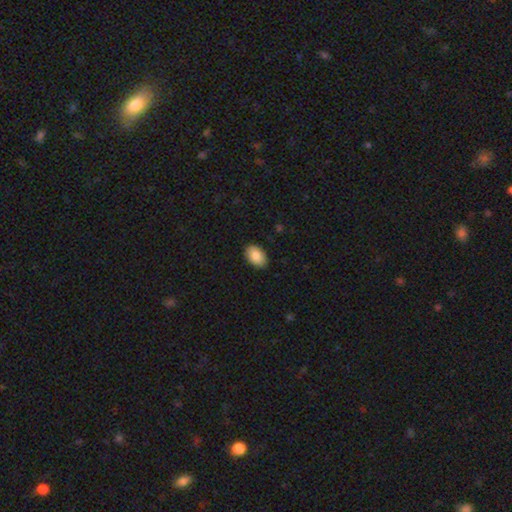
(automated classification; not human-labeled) Smooth or featured? smooth (87%)
How rounded? in between (91%)
Merging? none (90%)